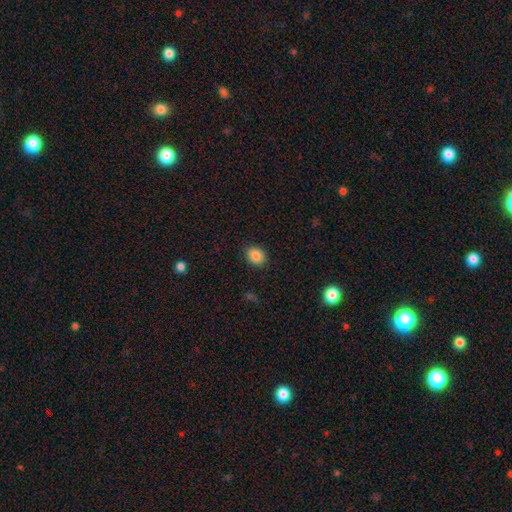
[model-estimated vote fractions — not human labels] The model was most divided on "how rounded": in between: 53%, round: 46%, cigar-shaped: 1%. More confident: merging — none (88%); smooth or featured — smooth (86%).